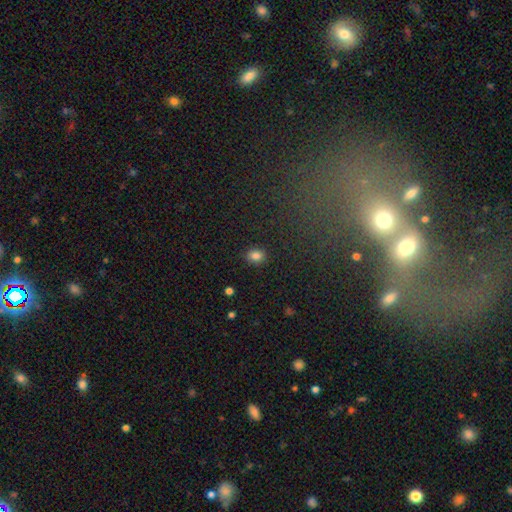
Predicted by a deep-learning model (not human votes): Morphology: type=smooth (84%); roundness=in between (53%); merging=none (86%).